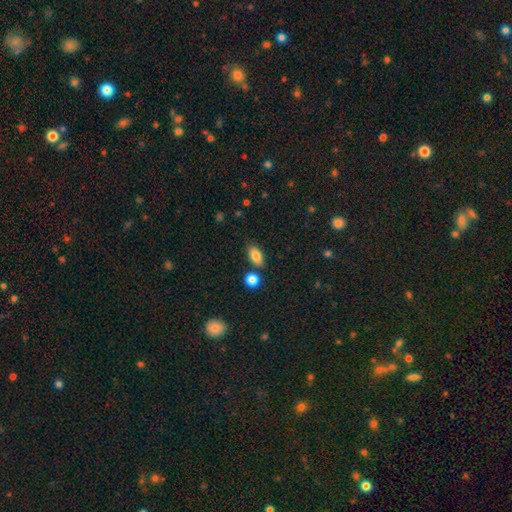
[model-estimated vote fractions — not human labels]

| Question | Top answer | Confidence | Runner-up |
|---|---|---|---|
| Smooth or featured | smooth | 84% | star or artifact (8%) |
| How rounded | in between | 89% | round (7%) |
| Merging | none | 76% | minor disturbance (11%) |